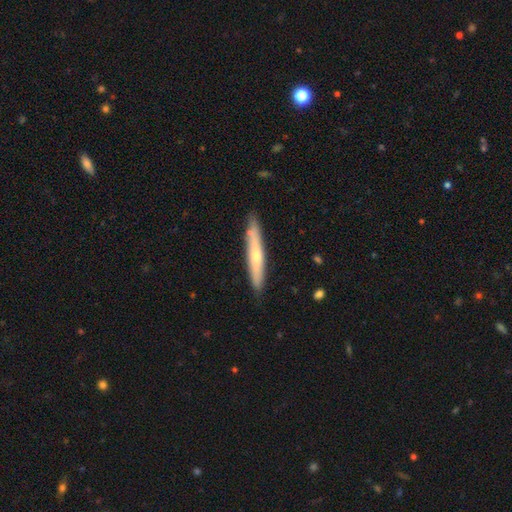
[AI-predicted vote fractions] Overall: smooth (48%; featured or disk 46%). Merging: none (85%).